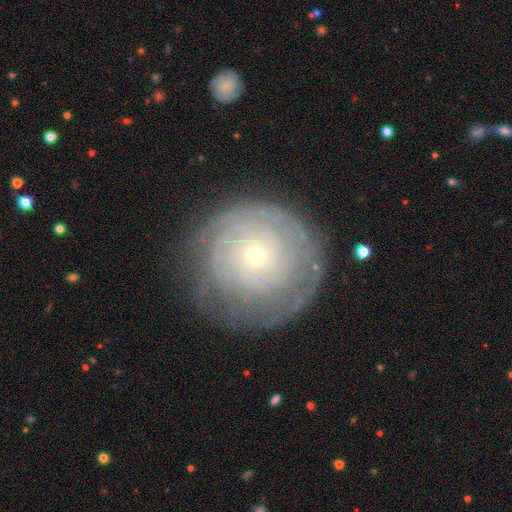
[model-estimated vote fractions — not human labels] Smooth or featured? Predicted: featured or disk (p=0.72). Edge-on disk? Predicted: no (p=0.97). Bar? Predicted: no (p=0.86). Spiral arms? Predicted: yes (p=0.81). Spiral winding? Predicted: tight (p=0.84). Spiral arm count? Predicted: can't tell (p=0.54). Bulge size? Predicted: small (p=0.79). Merging? Predicted: none (p=0.74).